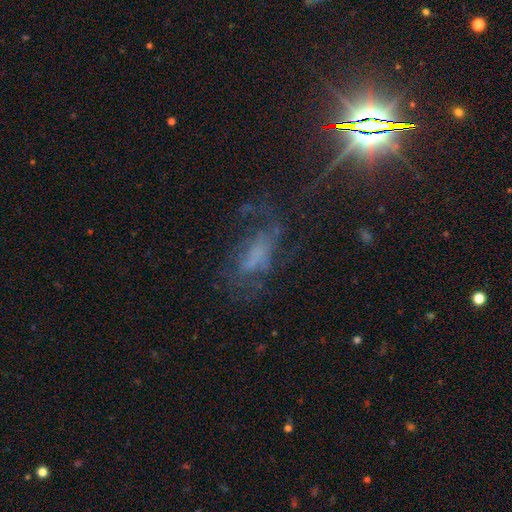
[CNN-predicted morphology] This appears to be a featured or disk galaxy (44%). Merging: none (45%).